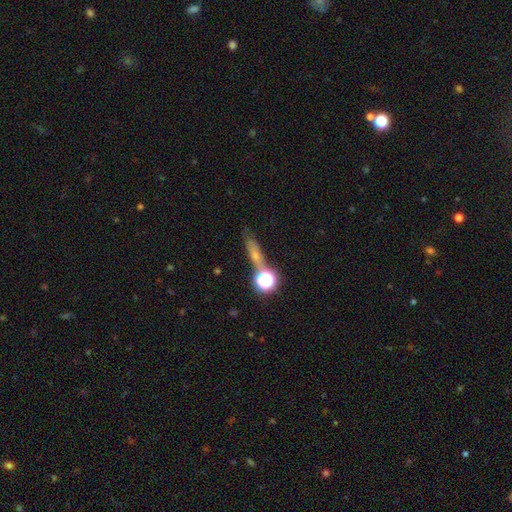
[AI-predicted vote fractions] smooth-or-featured: smooth: 52% | star or artifact: 26% | featured or disk: 22%
  how-rounded: cigar-shaped: 52% | round: 24% | in between: 24%
  merging: none: 61% | merger: 17% | minor disturbance: 14% | major disturbance: 8%